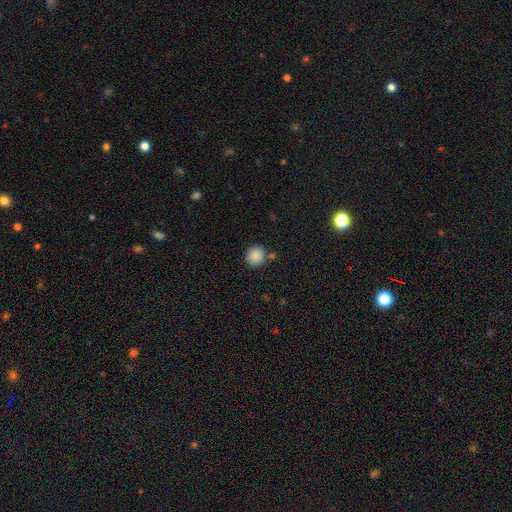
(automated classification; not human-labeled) Morphology: type=smooth (87%); roundness=round (90%); merging=none (79%).